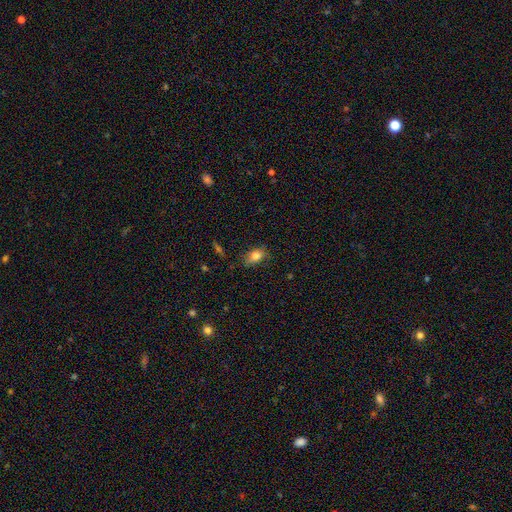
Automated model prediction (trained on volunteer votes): A smooth galaxy with no disk features (79%) that is in between round and cigar-shaped (78%).

Vote fractions:
- Smooth or featured? smooth: 79% / featured or disk: 11% / star or artifact: 10%
- How rounded? in between: 78% / round: 18% / cigar-shaped: 4%
- Merging? none: 63% / minor disturbance: 28% / major disturbance: 7% / merger: 2%